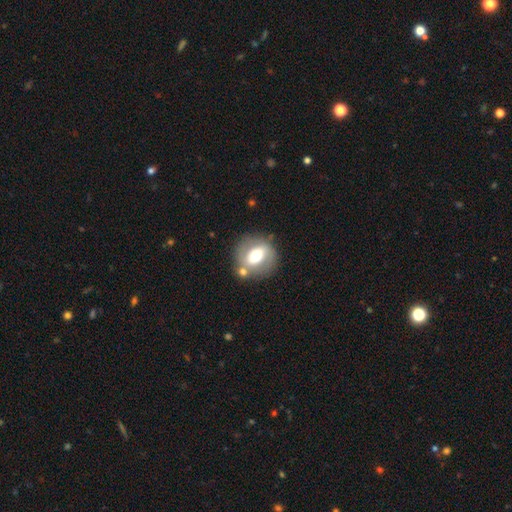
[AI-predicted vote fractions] smooth_or_featured: smooth (p=0.48) [alt: featured or disk p=0.44]
merging: none (p=0.70) [alt: minor disturbance p=0.13]